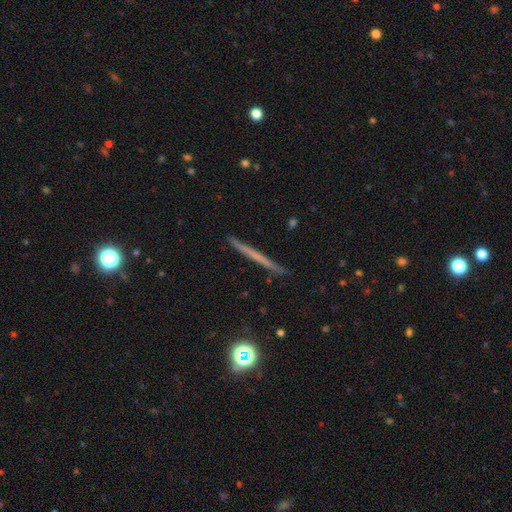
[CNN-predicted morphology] This appears to be a featured or disk galaxy (47%). Merging: none (90%).